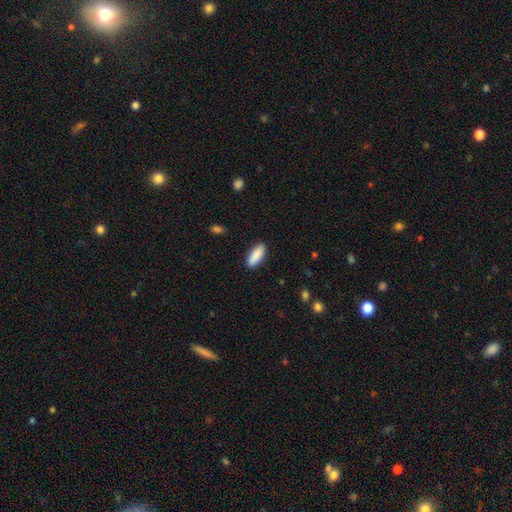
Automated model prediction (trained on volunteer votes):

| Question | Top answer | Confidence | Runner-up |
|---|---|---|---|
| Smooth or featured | smooth | 89% | star or artifact (6%) |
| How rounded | in between | 69% | cigar-shaped (30%) |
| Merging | none | 90% | minor disturbance (8%) |